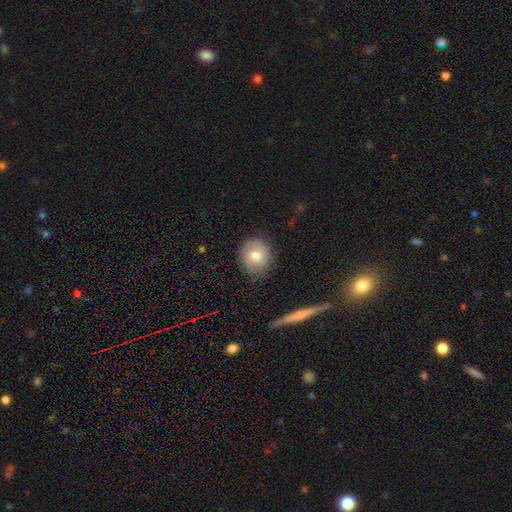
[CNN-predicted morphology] type=smooth (69%); roundness=round (78%); merging=none (78%).